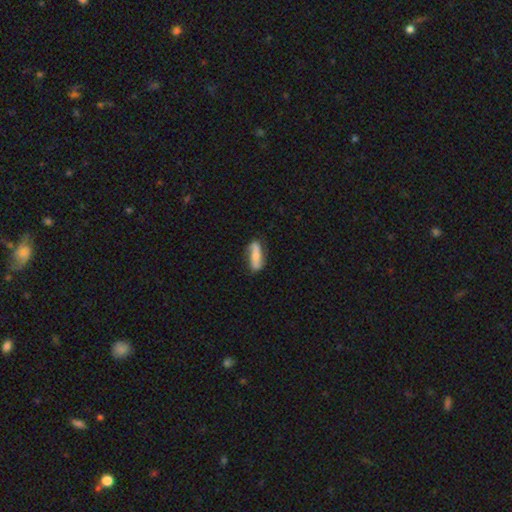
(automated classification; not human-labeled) Overall: smooth (57%; featured or disk 37%). How rounded: in between (50%; cigar-shaped 47%). Merging: none (69%).